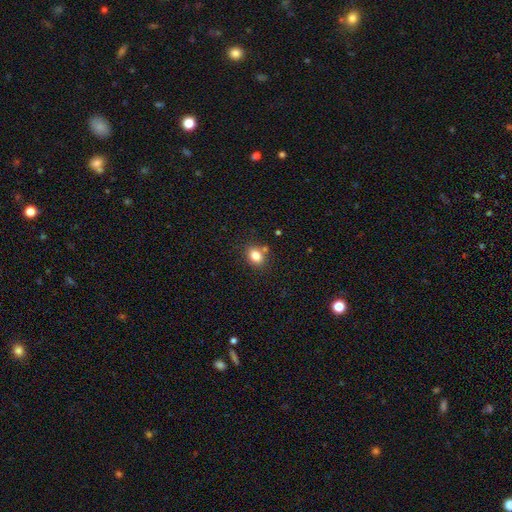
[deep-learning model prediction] This is clearly a smooth galaxy (83%). How rounded: likely in between (62%). Merging: likely none (73%).